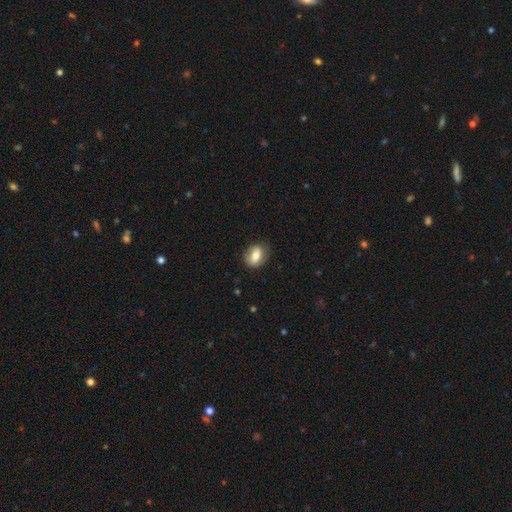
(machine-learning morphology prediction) Q: Smooth or featured?
A: smooth (66%); runner-up: featured or disk (26%)
Q: How rounded?
A: in between (71%); runner-up: round (26%)
Q: Merging?
A: none (78%); runner-up: minor disturbance (16%)